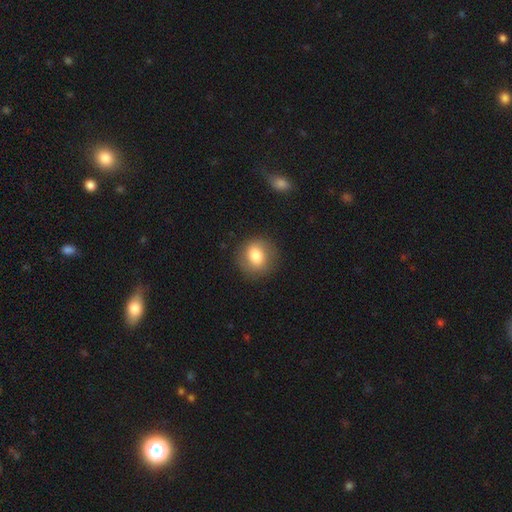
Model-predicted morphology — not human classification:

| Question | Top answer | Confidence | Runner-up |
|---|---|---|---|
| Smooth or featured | smooth | 75% | featured or disk (17%) |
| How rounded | round | 79% | in between (20%) |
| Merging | none | 83% | minor disturbance (11%) |